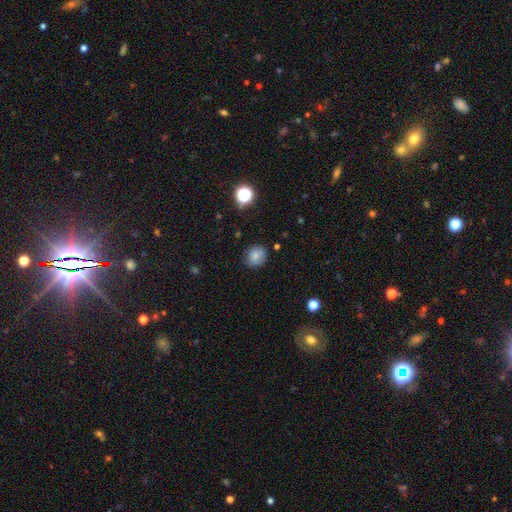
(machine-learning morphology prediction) This appears to be a smooth galaxy with no disk features (79%) that is round (84%). Merging: none (77%).